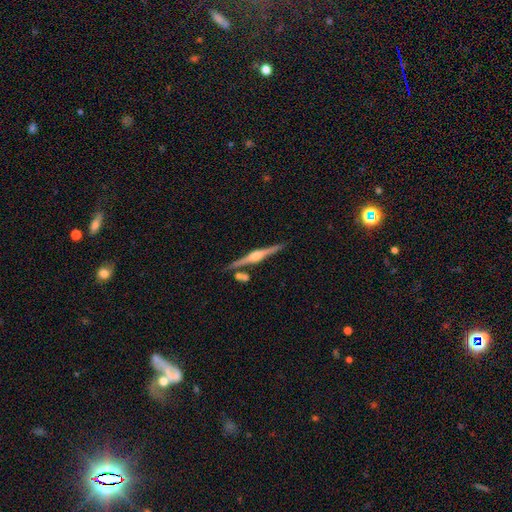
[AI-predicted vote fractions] Smooth or featured: featured or disk — 85% (smooth — 9%)
Edge-on disk: yes — 98% (no — 2%)
Edge-on bulge: rounded — 88% (boxy — 8%)
Merging: none — 84% (minor disturbance — 8%)